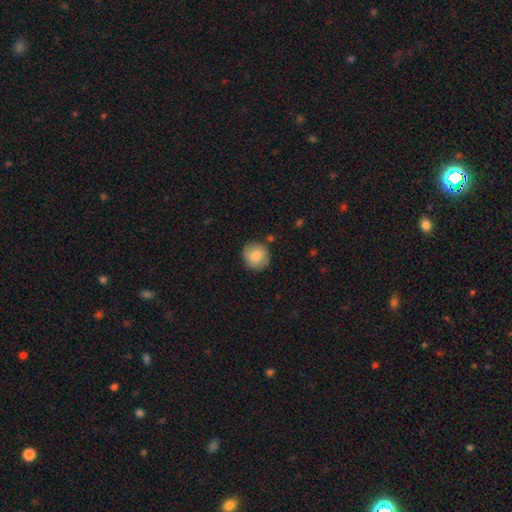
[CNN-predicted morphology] This is clearly a smooth galaxy (82%). How rounded: clearly round (90%). Merging: clearly none (84%).